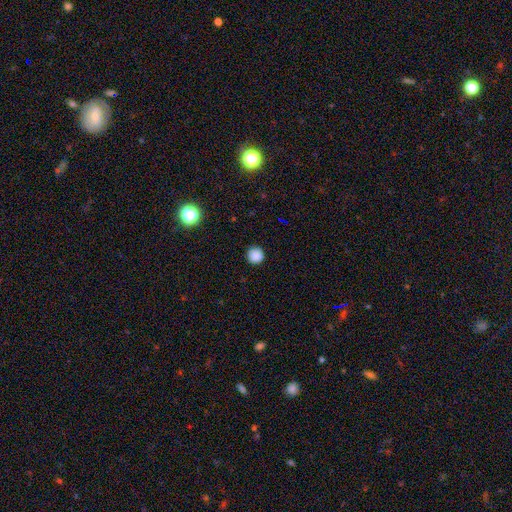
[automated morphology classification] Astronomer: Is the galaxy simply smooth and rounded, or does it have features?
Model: smooth — 86%.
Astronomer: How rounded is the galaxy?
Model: round — 95%.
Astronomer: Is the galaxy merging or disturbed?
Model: none — 91%.